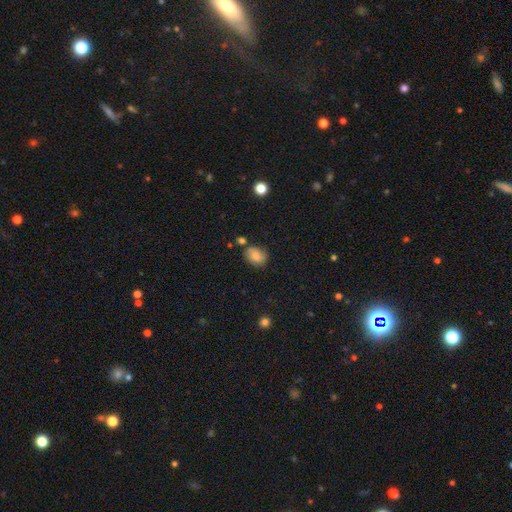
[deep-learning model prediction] Overall: smooth (80%). How rounded: in between (58%; round 41%). Merging: none (67%).